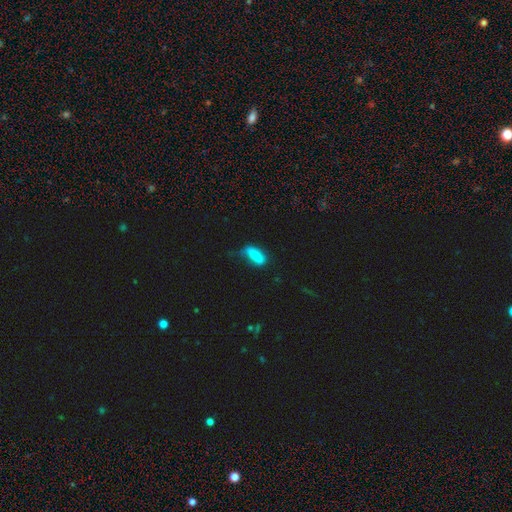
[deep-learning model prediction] Q: Smooth or featured?
A: smooth (78%); runner-up: featured or disk (14%)
Q: How rounded?
A: in between (63%); runner-up: cigar-shaped (34%)
Q: Merging?
A: none (46%); runner-up: minor disturbance (35%)